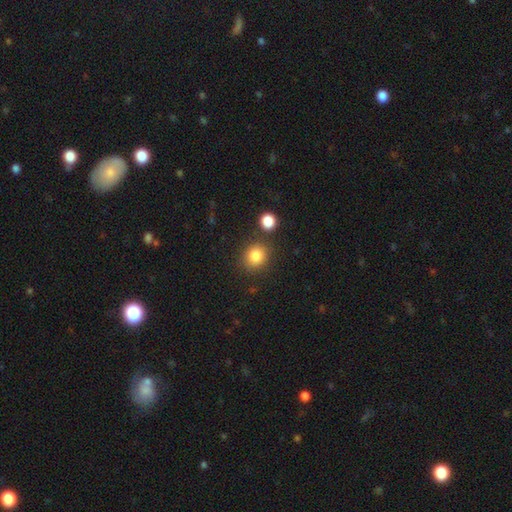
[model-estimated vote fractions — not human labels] smooth_or_featured: smooth (p=0.84) [alt: star or artifact p=0.11]
how_rounded: round (p=0.77) [alt: in between p=0.22]
merging: none (p=0.80) [alt: minor disturbance p=0.09]